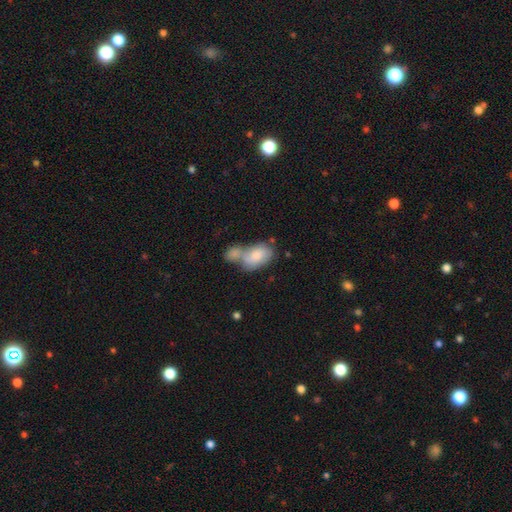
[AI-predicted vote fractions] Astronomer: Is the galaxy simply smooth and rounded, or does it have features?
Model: smooth — 76%.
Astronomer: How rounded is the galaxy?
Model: in between — 92%.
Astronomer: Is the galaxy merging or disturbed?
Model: merger — 59%.